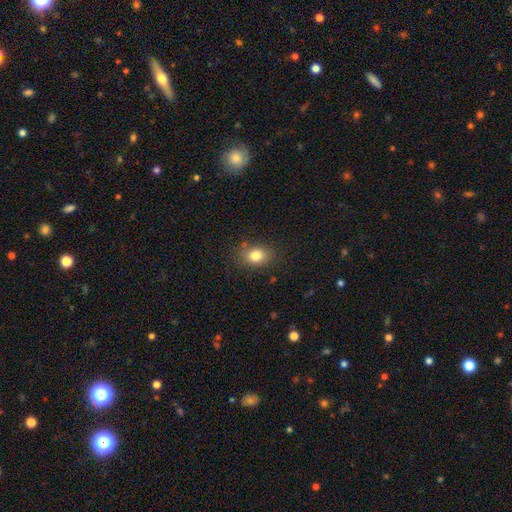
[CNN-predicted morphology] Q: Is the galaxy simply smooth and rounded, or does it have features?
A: smooth — 81%.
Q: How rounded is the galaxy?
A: in between — 58%.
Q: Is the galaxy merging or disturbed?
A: none — 80%.